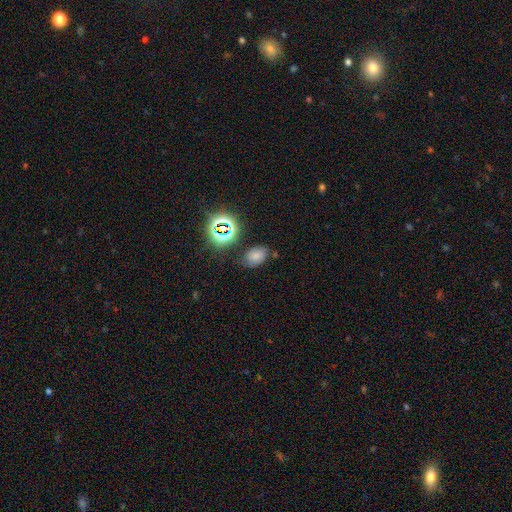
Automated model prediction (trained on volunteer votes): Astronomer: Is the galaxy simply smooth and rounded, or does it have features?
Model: smooth — 64%.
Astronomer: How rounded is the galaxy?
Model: in between — 78%.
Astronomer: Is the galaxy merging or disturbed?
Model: none — 68%.